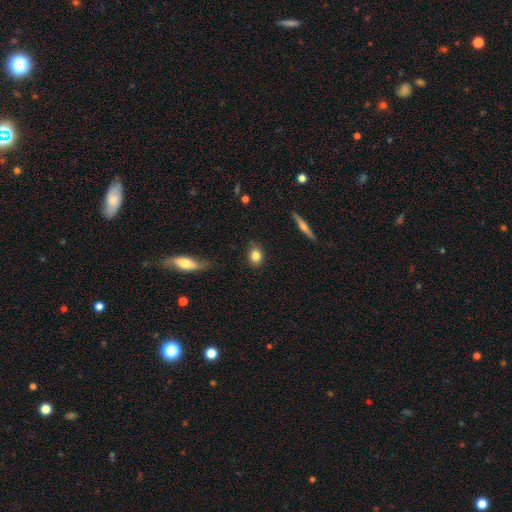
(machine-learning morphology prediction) A smooth galaxy with no disk features (82%) that is in between round and cigar-shaped (56%). Merging: none (80%).